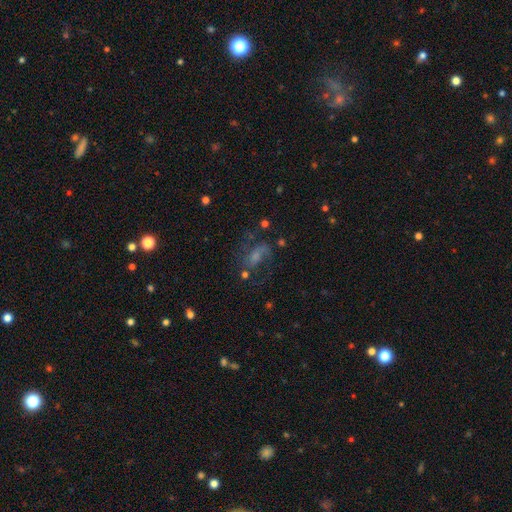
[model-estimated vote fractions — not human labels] Smooth or featured: featured or disk — 54% (star or artifact — 24%)
Edge-on disk: no — 94% (yes — 6%)
Bar: no — 44% (weak — 42%)
Spiral arms: yes — 80% (no — 20%)
Bulge size: small — 35% (moderate — 33%)
Merging: none — 58% (major disturbance — 20%)